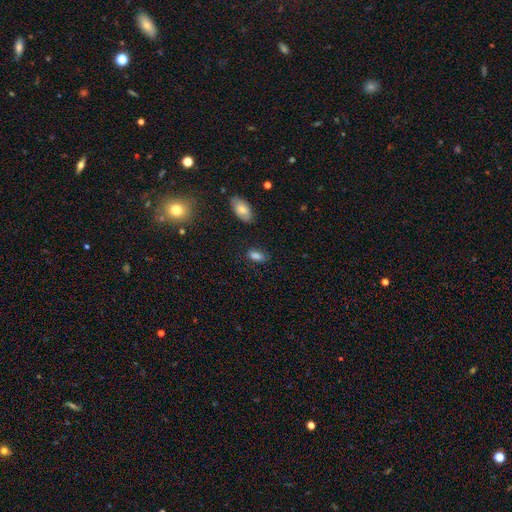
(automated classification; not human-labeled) Smooth or featured? smooth (83%)
How rounded? in between (89%)
Merging? none (77%)